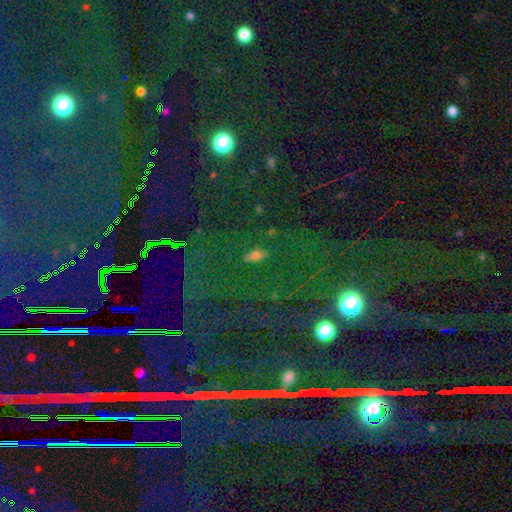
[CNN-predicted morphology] smooth-or-featured: smooth: 56% | star or artifact: 31% | featured or disk: 13%
  how-rounded: in between: 82% | round: 11% | cigar-shaped: 7%
  merging: none: 83% | minor disturbance: 10% | major disturbance: 4% | merger: 3%